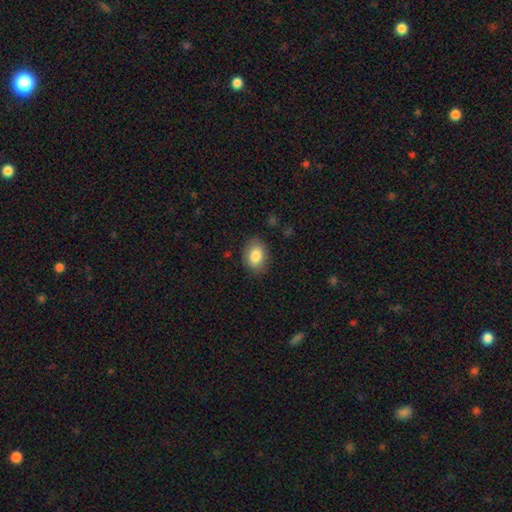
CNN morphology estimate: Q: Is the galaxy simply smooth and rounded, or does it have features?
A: smooth — 85%.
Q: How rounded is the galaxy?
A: in between — 80%.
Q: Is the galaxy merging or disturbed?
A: none — 83%.